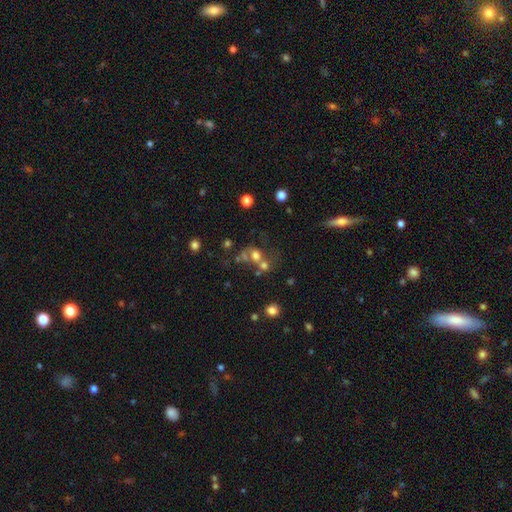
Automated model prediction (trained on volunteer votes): Overall: smooth (61%). How rounded: round (68%; in between 31%). Merging: merger (48%; none 33%).